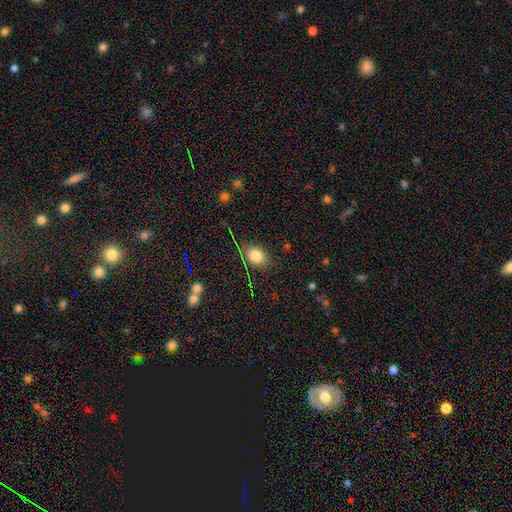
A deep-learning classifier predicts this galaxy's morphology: smooth 81%, star or artifact 11%, featured or disk 8%. Down the decision tree: how rounded — in between (64%); merging — none (78%).